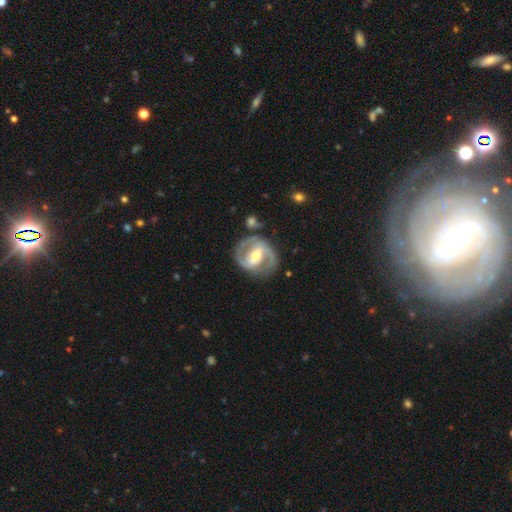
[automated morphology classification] This is clearly a featured or disk galaxy (87%). It is clearly not viewed edge-on (97%). Bar: possibly strong (53%). Spiral arm pattern: clearly yes (93%). Spiral arm count: clearly 2 (89%). Spiral winding: possibly medium (50%). Central bulge: likely moderate (64%). Merging: likely none (76%).